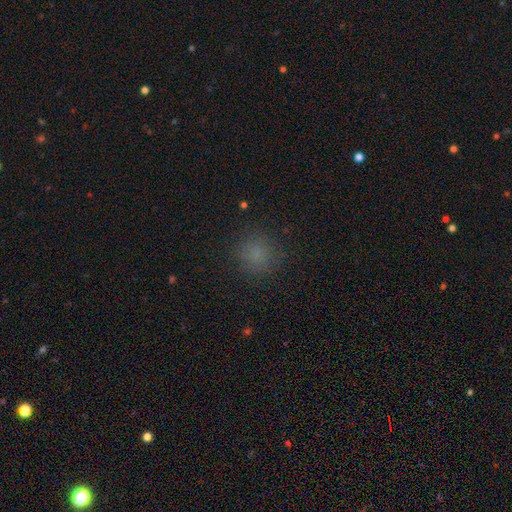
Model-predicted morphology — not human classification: Smooth or featured? Predicted: smooth (p=0.76). How rounded? Predicted: round (p=0.92). Merging? Predicted: none (p=0.88).